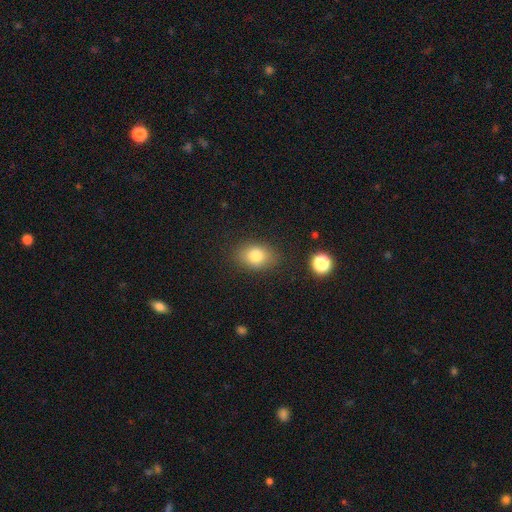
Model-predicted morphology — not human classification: The model was most divided on "how rounded": in between: 68%, round: 31%, cigar-shaped: 1%. More confident: merging — none (83%); smooth or featured — smooth (80%).